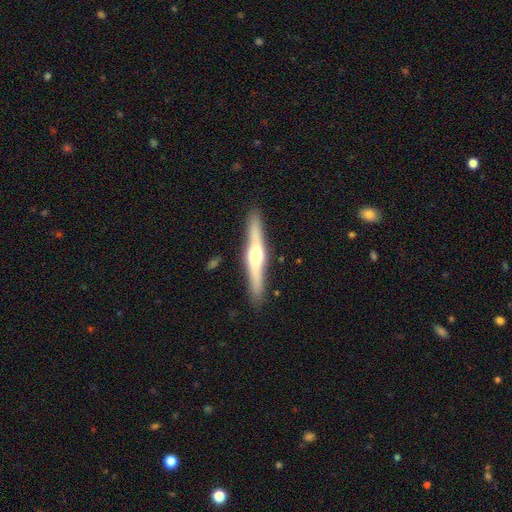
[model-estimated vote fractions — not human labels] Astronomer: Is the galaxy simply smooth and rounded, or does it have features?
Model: featured or disk — 65%.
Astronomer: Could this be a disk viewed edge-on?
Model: yes — 96%.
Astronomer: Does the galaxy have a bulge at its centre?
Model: rounded — 88%.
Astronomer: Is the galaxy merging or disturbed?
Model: none — 89%.